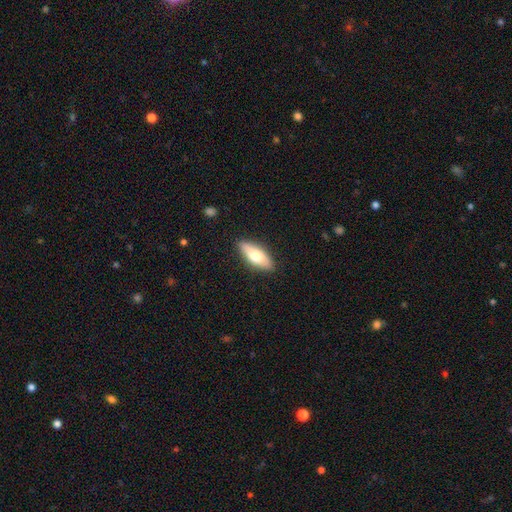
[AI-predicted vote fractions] Morphology: type=smooth (68%); roundness=in between (71%); merging=none (87%).